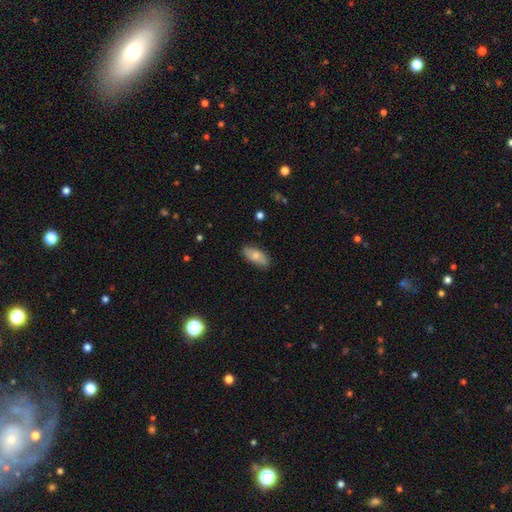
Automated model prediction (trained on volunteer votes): Morphology: type=smooth (76%); roundness=in between (89%); merging=none (82%).